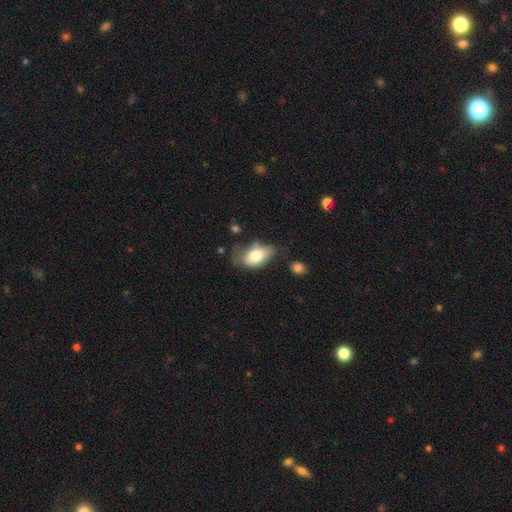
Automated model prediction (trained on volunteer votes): This appears to be a smooth galaxy with no disk features (74%) that is in between round and cigar-shaped (90%). Merging: none (38%).